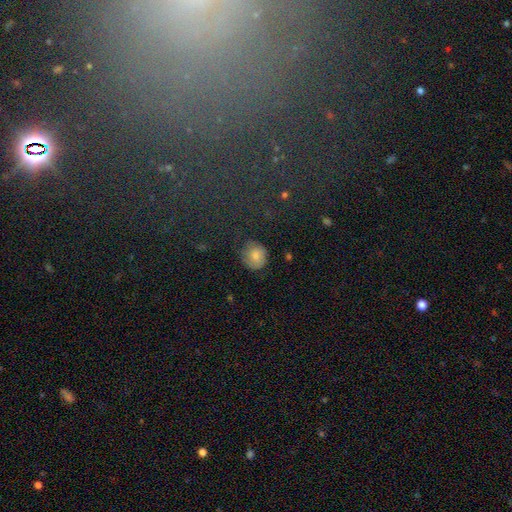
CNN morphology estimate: Smooth or featured: smooth — 76% (featured or disk — 16%)
How rounded: round — 79% (in between — 20%)
Merging: none — 67% (minor disturbance — 24%)